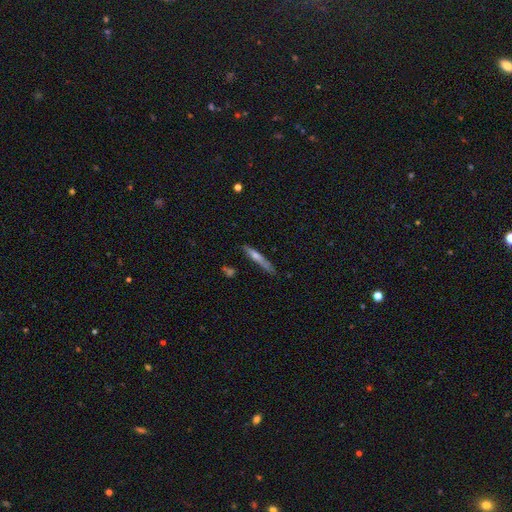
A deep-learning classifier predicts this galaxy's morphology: smooth_or_featured: featured or disk (p=0.49) [alt: smooth p=0.44]
merging: none (p=0.76) [alt: minor disturbance p=0.17]